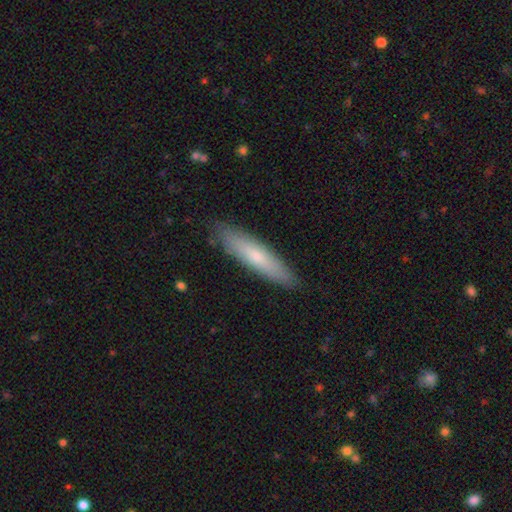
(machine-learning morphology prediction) A smooth galaxy with no disk features (69%) that is cigar-shaped (83%).

Vote fractions:
- Smooth or featured? smooth: 69% / featured or disk: 26% / star or artifact: 6%
- How rounded? cigar-shaped: 83% / in between: 16% / round: 1%
- Merging? none: 87% / minor disturbance: 10% / major disturbance: 2% / merger: 1%